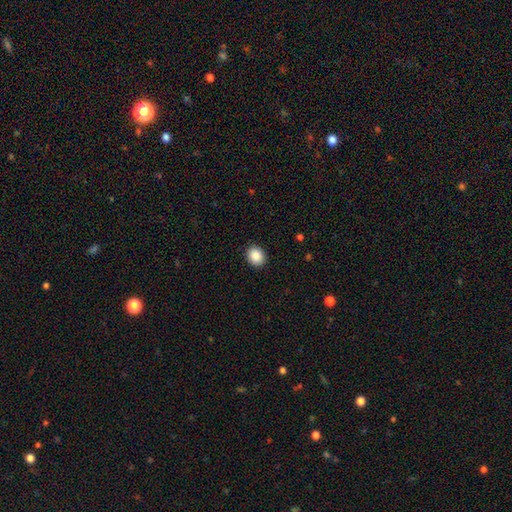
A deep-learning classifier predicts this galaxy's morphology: Smooth or featured? Predicted: smooth (p=0.88). How rounded? Predicted: round (p=0.60). Merging? Predicted: none (p=0.91).